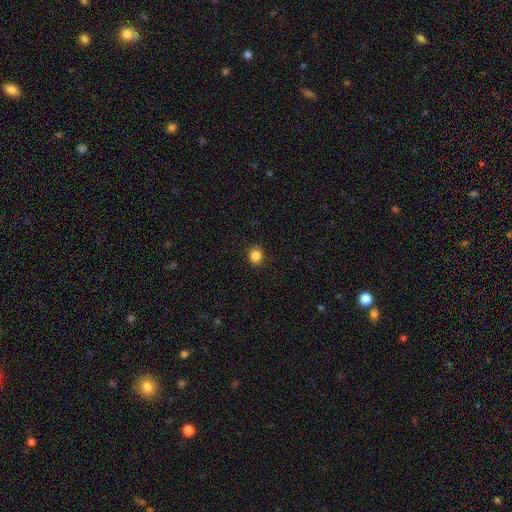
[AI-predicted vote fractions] smooth-or-featured: smooth: 86% | star or artifact: 11% | featured or disk: 3%
  how-rounded: round: 73% | in between: 27% | cigar-shaped: 1%
  merging: none: 90% | minor disturbance: 7% | major disturbance: 2% | merger: 1%